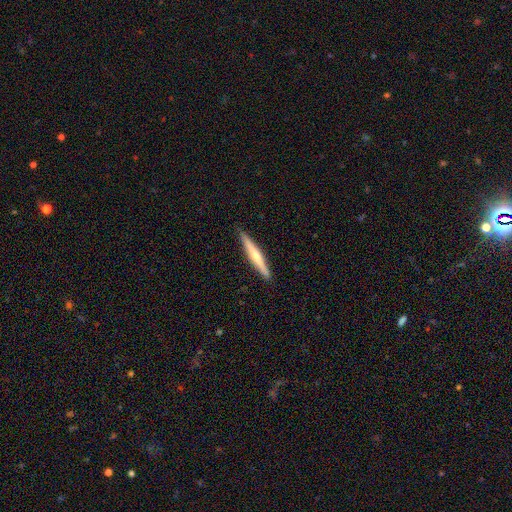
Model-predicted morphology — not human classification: Smooth or featured? featured or disk (57%)
Edge-on disk? yes (97%)
Edge-on bulge? rounded (72%)
Merging? none (91%)